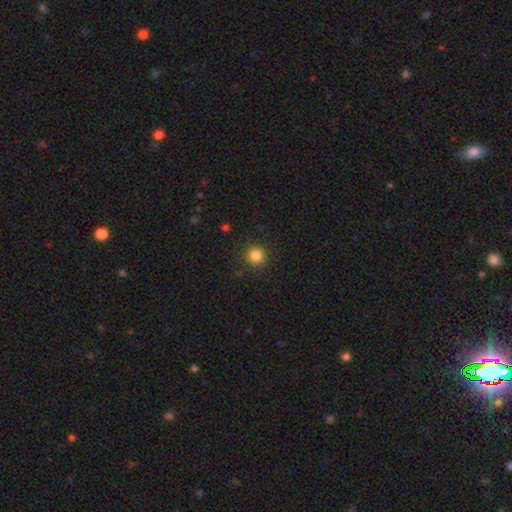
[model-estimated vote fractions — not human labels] smooth-or-featured: smooth: 85% | star or artifact: 11% | featured or disk: 4%
  how-rounded: round: 94% | in between: 5% | cigar-shaped: 1%
  merging: none: 90% | minor disturbance: 6% | major disturbance: 2% | merger: 1%